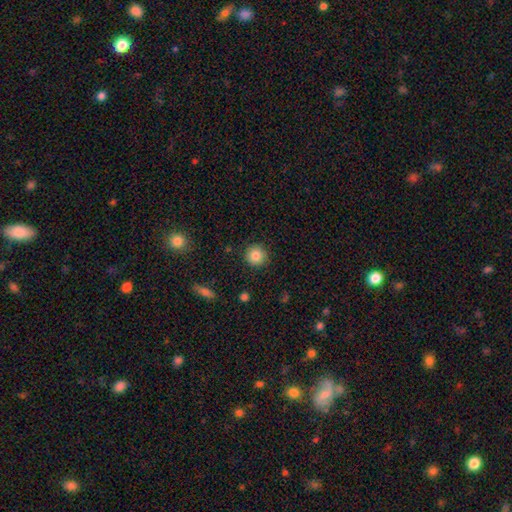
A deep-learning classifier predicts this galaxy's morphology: smooth_or_featured: smooth (p=0.83) [alt: star or artifact p=0.10]
how_rounded: round (p=0.94) [alt: in between p=0.05]
merging: none (p=0.91) [alt: minor disturbance p=0.06]